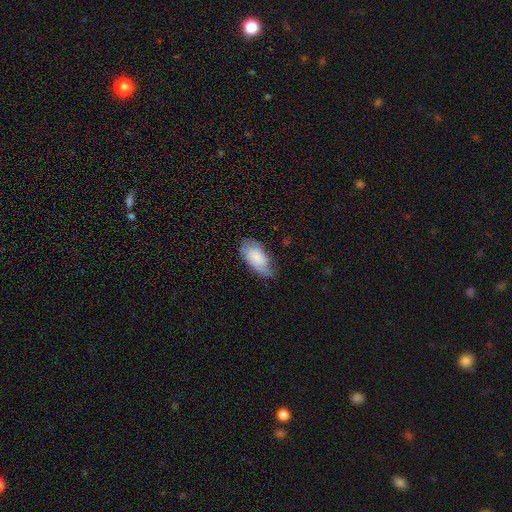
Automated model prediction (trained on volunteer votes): Smooth or featured?
  - smooth: 59% *
  - featured or disk: 34%
  - star or artifact: 7%
How rounded?
  - in between: 93% *
  - cigar-shaped: 4%
  - round: 3%
Merging?
  - none: 58% *
  - minor disturbance: 30%
  - major disturbance: 11%
  - merger: 2%